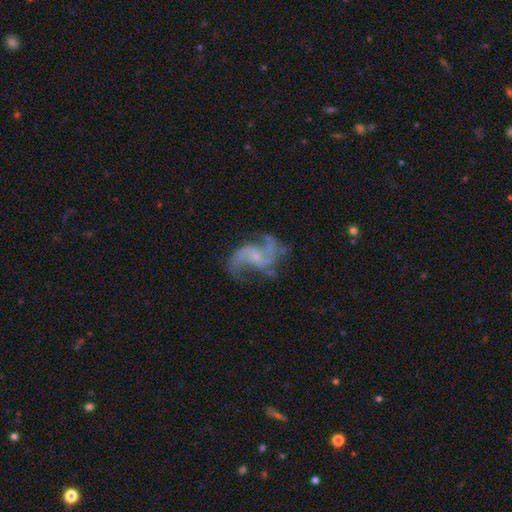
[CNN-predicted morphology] Overall: featured or disk (88%). Edge-on disk: no (98%). Bar: no (58%; weak 34%). Spiral arms: yes (96%). Spiral arm count: 2 (70%). Spiral winding: loose (52%; medium 40%). Bulge size: small (57%; none 25%). Merging: none (61%).